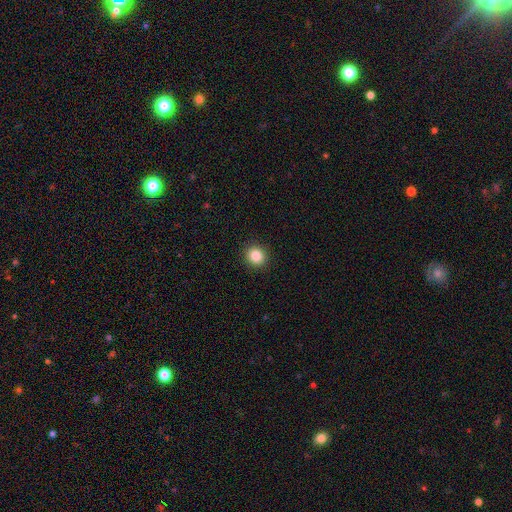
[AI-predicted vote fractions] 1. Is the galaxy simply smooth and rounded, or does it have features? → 87% smooth, 10% star or artifact, 4% featured or disk.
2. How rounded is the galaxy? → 87% round, 12% in between, 1% cigar-shaped.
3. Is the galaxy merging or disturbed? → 92% none, 5% minor disturbance, 2% major disturbance, 1% merger.